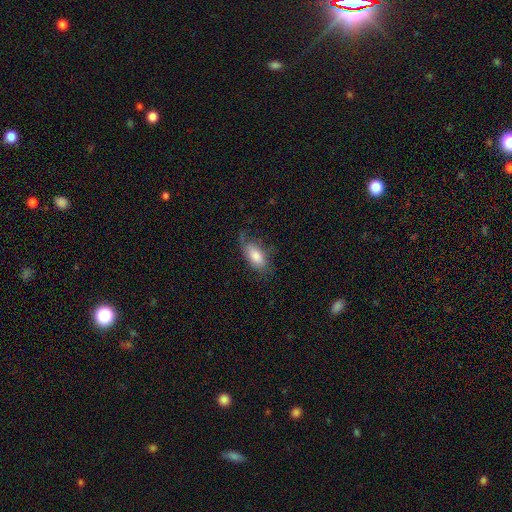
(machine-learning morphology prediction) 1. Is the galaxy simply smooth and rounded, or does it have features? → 71% smooth, 22% featured or disk, 7% star or artifact.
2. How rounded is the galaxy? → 90% in between, 7% cigar-shaped, 3% round.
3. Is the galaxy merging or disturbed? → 51% none, 29% minor disturbance, 18% major disturbance, 2% merger.